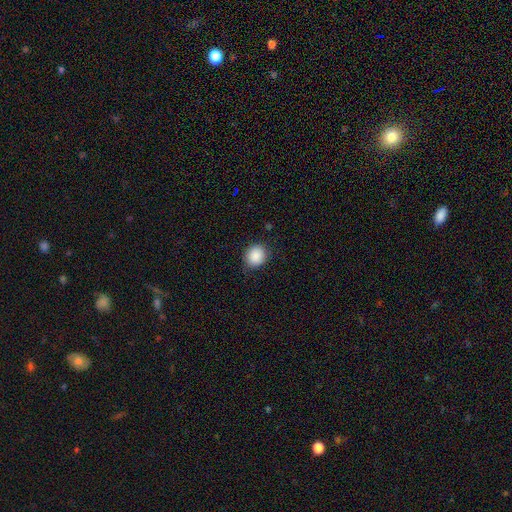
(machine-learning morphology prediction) Overall: smooth (89%). How rounded: round (79%). Merging: none (84%).